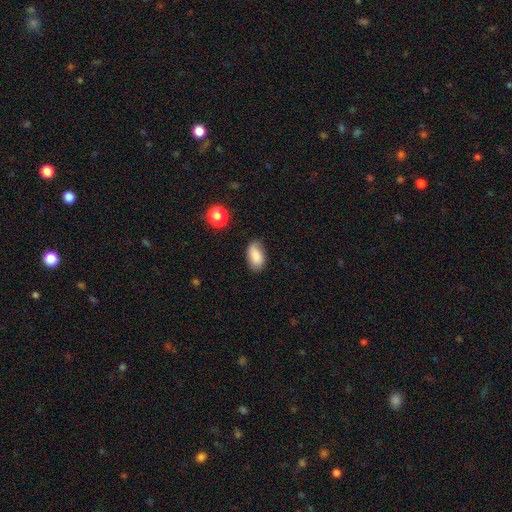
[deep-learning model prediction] Smooth or featured? Predicted: smooth (p=0.81). How rounded? Predicted: in between (p=0.92). Merging? Predicted: none (p=0.66).